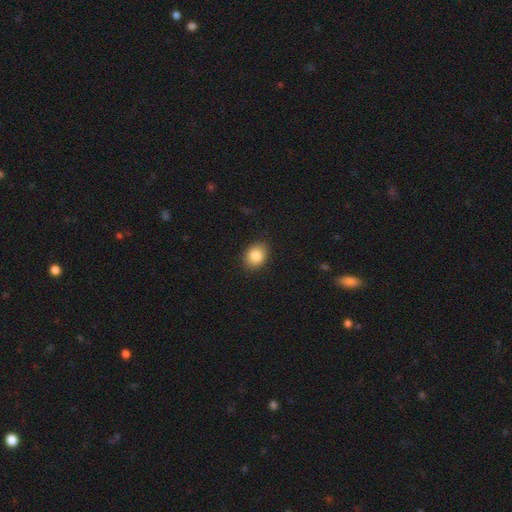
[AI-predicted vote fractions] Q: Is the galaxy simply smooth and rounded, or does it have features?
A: smooth — 85%.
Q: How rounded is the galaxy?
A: in between — 62%.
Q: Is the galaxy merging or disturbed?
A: none — 88%.